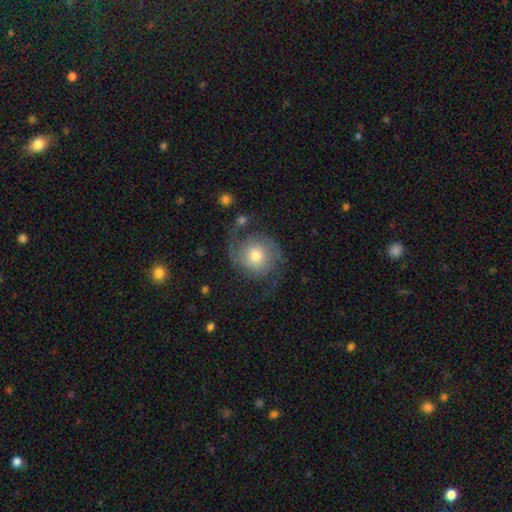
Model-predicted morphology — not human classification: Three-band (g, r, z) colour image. It shows a featured or disk galaxy (72%) with no bar (73%), 2 (86%) medium (42%) spiral arms (93%) and a moderate central bulge (66%). Merging: none (64%).